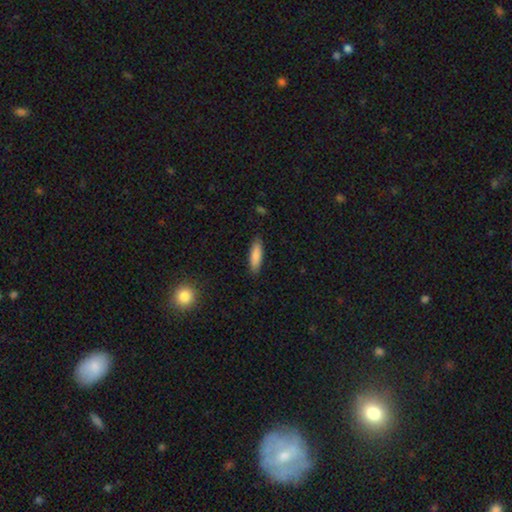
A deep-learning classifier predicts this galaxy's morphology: Smooth or featured? smooth (87%)
How rounded? cigar-shaped (58%)
Merging? none (87%)